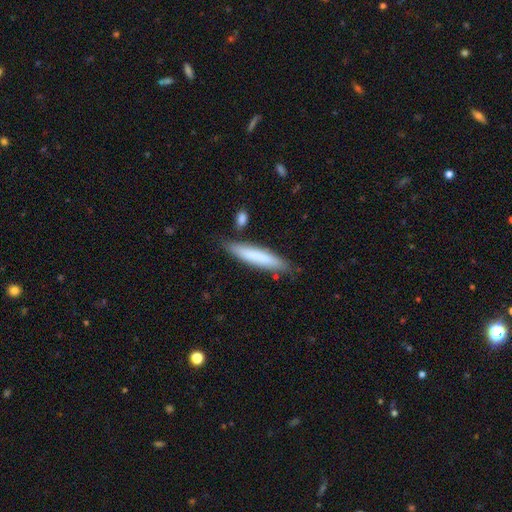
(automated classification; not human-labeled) Smooth or featured? smooth (74%)
How rounded? cigar-shaped (89%)
Merging? none (81%)